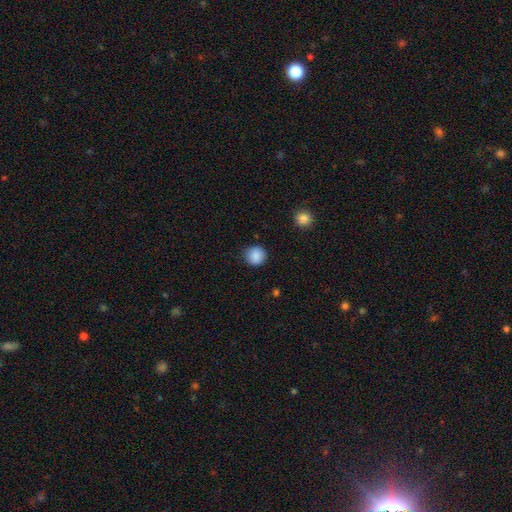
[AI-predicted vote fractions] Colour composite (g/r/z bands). It shows a smooth galaxy with no disk features (88%) that is round (91%). Merging: none (87%).